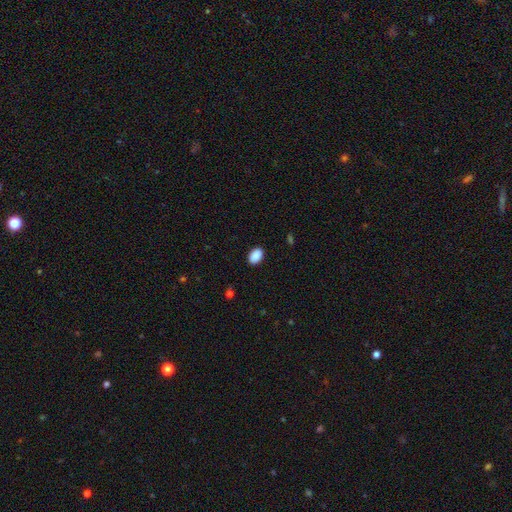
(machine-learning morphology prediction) A smooth galaxy with no disk features (90%) that is in between round and cigar-shaped (87%). Merging: none (89%).